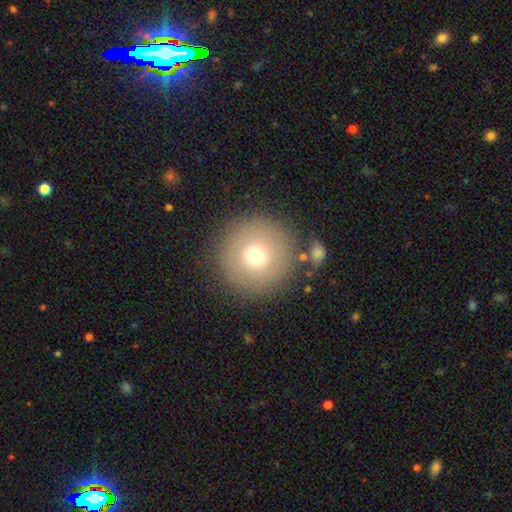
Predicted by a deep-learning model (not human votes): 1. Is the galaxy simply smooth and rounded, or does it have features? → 70% smooth, 16% featured or disk, 14% star or artifact.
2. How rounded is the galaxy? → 96% round, 3% in between, 1% cigar-shaped.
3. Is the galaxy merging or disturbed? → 86% none, 7% minor disturbance, 4% major disturbance, 3% merger.